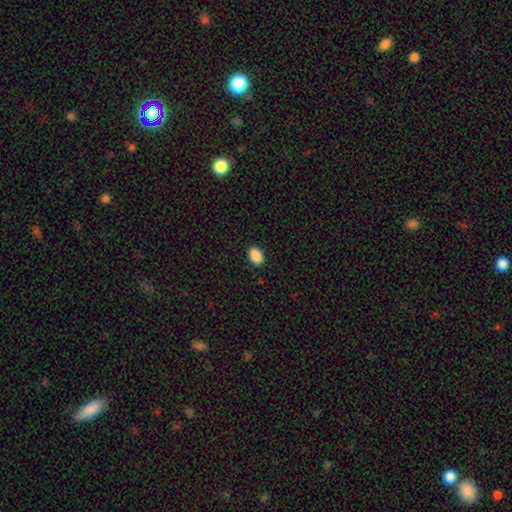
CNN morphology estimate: Smooth or featured?
  - smooth: 90% *
  - star or artifact: 8%
  - featured or disk: 3%
How rounded?
  - in between: 87% *
  - round: 12%
  - cigar-shaped: 1%
Merging?
  - none: 89% *
  - minor disturbance: 8%
  - major disturbance: 2%
  - merger: 1%